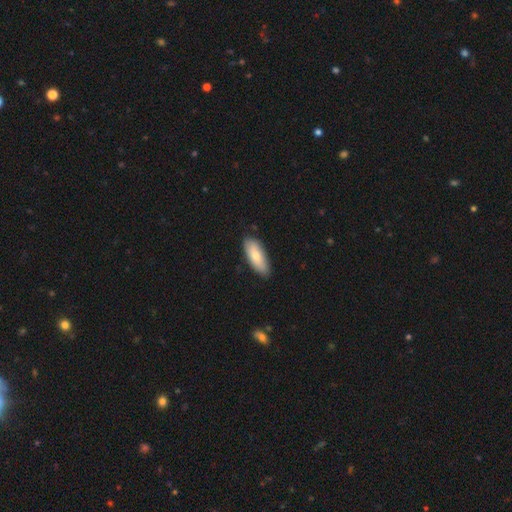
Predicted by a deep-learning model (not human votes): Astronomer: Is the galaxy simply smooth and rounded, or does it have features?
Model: smooth — 77%.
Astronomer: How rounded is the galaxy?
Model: in between — 76%.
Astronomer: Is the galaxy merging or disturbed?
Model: none — 84%.